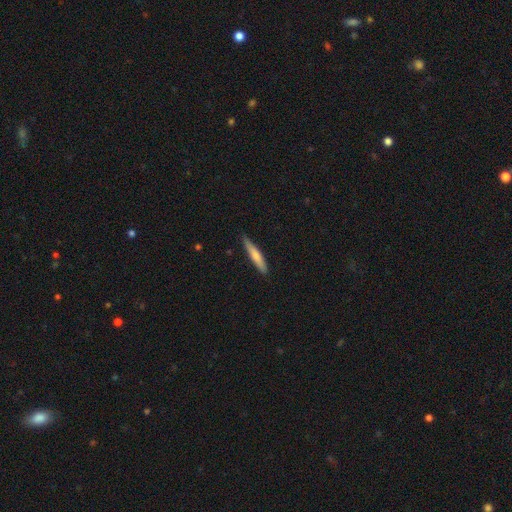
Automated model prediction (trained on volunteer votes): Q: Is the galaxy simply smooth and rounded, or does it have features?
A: smooth — 68%.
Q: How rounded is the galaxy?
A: cigar-shaped — 92%.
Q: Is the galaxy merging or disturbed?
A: none — 85%.